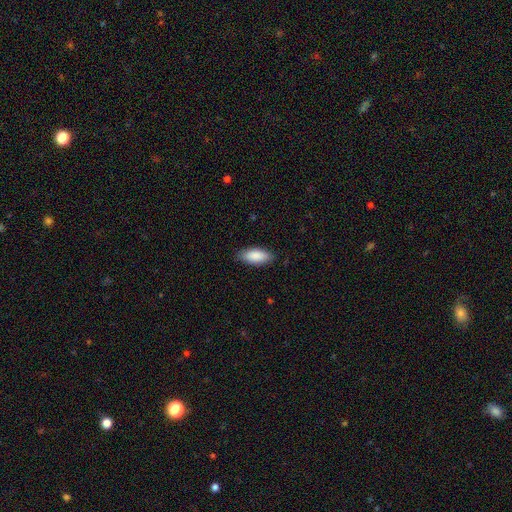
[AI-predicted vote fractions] Smooth or featured: smooth — 88% (featured or disk — 6%)
How rounded: in between — 84% (cigar-shaped — 14%)
Merging: none — 85% (minor disturbance — 12%)